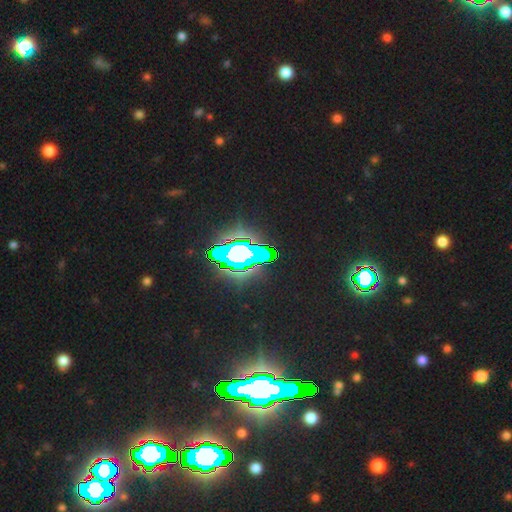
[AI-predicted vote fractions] Q: Smooth or featured?
A: star or artifact (69%); runner-up: featured or disk (16%)